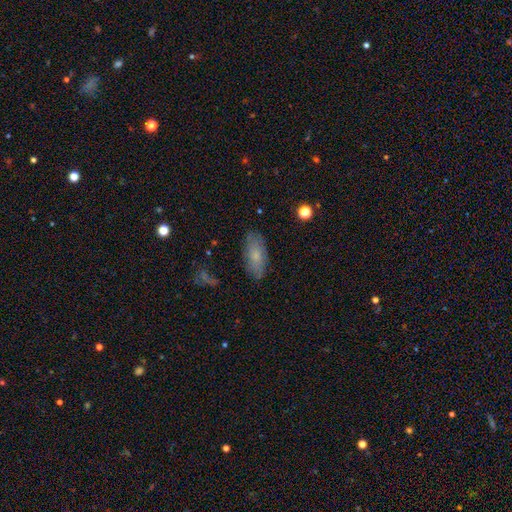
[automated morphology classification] type=smooth (71%); roundness=in between (87%); merging=none (81%).